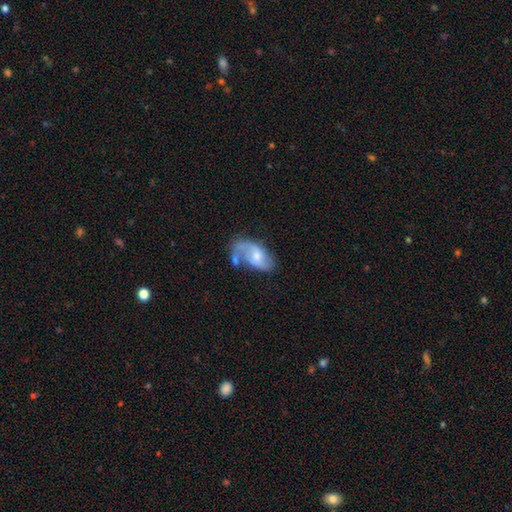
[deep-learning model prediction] featured or disk 68%, smooth 25%, star or artifact 6%. Down the decision tree: edge-on disk — no (96%); bar — no (51%); spiral arms — yes (86%); spiral arm count — 2 (63%); spiral winding — loose (55%); bulge size — moderate (46%); merging — none (37%).